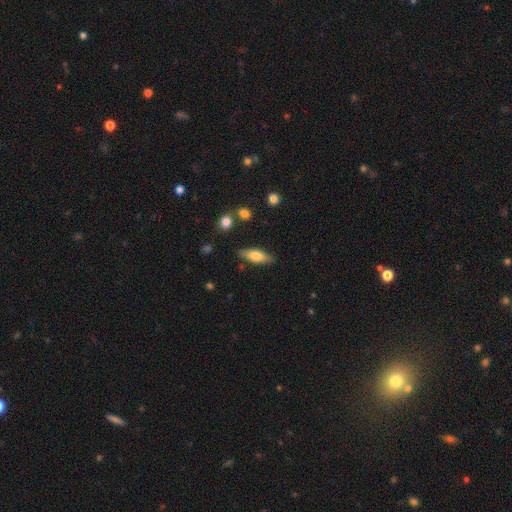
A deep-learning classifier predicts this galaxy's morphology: smooth-or-featured: smooth: 65% | featured or disk: 28% | star or artifact: 7%
  how-rounded: in between: 57% | cigar-shaped: 40% | round: 2%
  merging: none: 82% | minor disturbance: 12% | major disturbance: 3% | merger: 3%